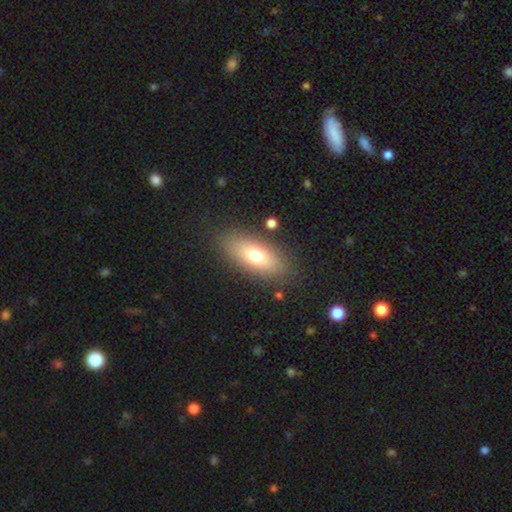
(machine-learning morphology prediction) smooth 71%, featured or disk 20%, star or artifact 8%. Down the decision tree: how rounded — in between (81%); merging — none (84%).